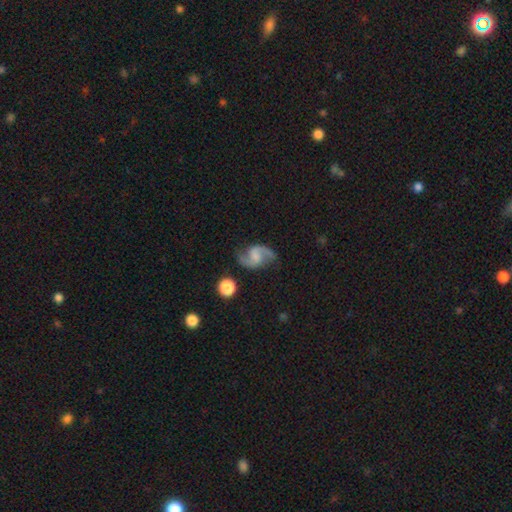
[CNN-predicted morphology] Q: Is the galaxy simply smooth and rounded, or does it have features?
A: featured or disk — 88%.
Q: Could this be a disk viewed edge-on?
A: no — 98%.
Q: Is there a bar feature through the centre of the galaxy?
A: weak — 47%.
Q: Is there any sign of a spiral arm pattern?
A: yes — 97%.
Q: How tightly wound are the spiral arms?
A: loose — 51%.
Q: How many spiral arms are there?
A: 2 — 94%.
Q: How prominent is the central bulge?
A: none — 51%.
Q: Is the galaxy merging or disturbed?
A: none — 79%.